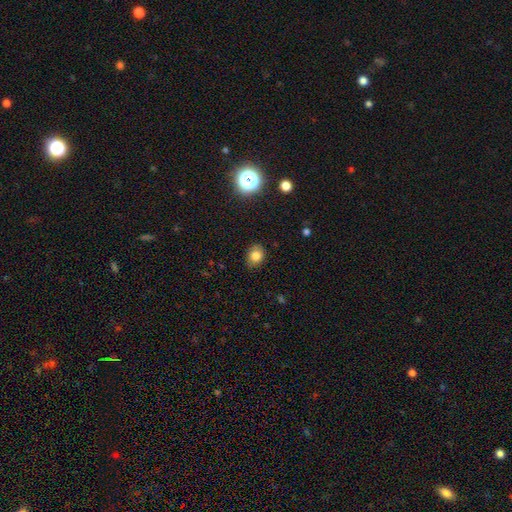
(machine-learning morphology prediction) smooth_or_featured: smooth (p=0.77) [alt: star or artifact p=0.13]
how_rounded: round (p=0.55) [alt: in between p=0.44]
merging: none (p=0.83) [alt: minor disturbance p=0.13]